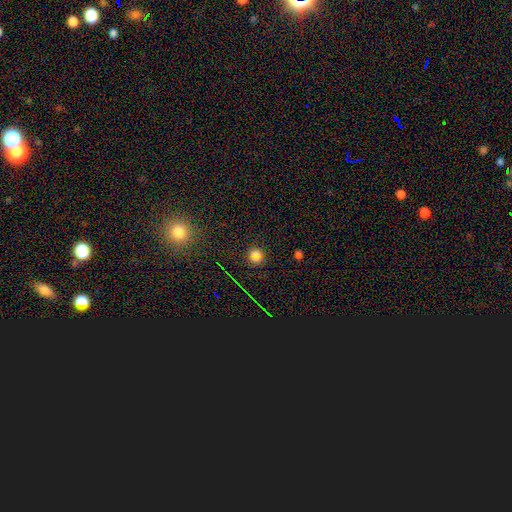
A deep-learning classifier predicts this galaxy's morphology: smooth 56%, star or artifact 35%, featured or disk 10%. Down the decision tree: how rounded — round (87%); merging — none (74%).